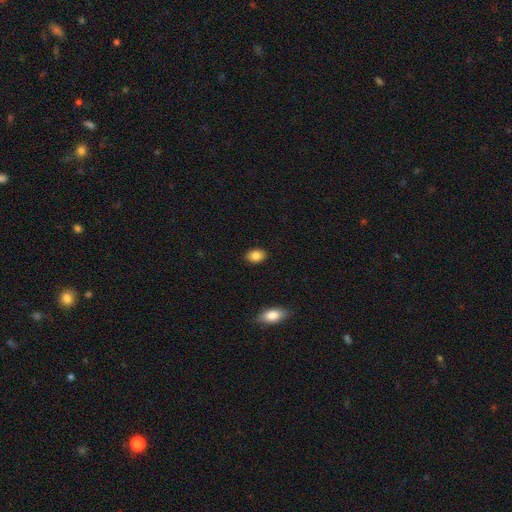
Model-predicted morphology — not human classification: type=smooth (85%); roundness=in between (80%); merging=none (89%).